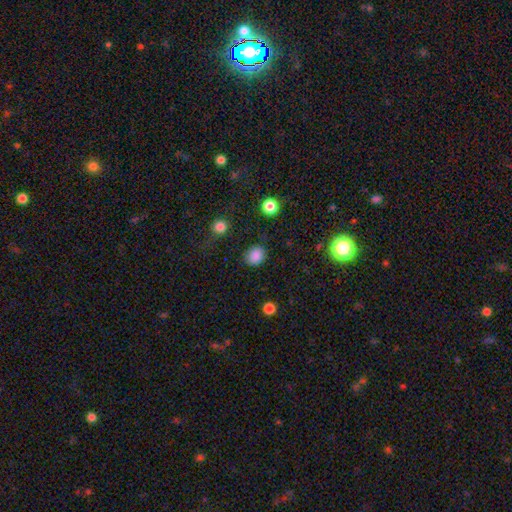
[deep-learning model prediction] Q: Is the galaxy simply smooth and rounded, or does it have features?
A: smooth — 85%.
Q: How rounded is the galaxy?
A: round — 61%.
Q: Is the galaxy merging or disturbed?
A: none — 81%.